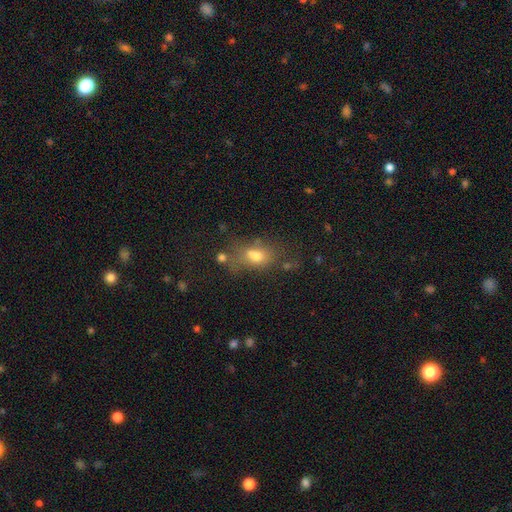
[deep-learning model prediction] The model was most divided on "merging": none: 55%, minor disturbance: 19%, merger: 16%, major disturbance: 11%. More confident: how rounded — in between (71%); smooth or featured — smooth (66%).